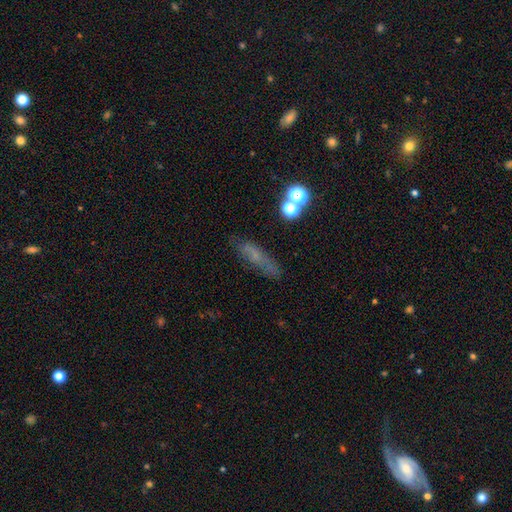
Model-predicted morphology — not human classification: This is possibly a smooth galaxy (49%). Merging: likely none (65%).